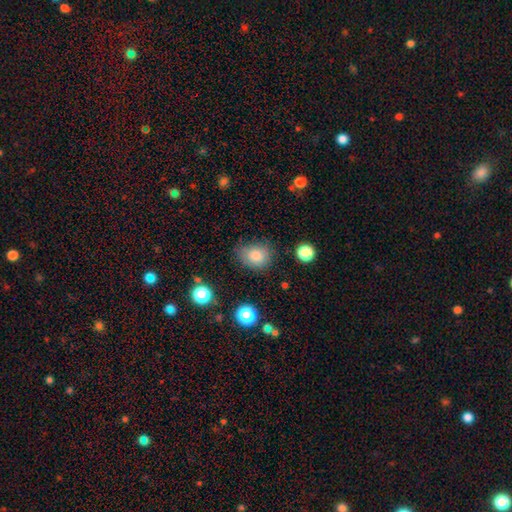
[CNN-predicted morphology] Smooth or featured? smooth (82%)
How rounded? round (56%)
Merging? none (71%)